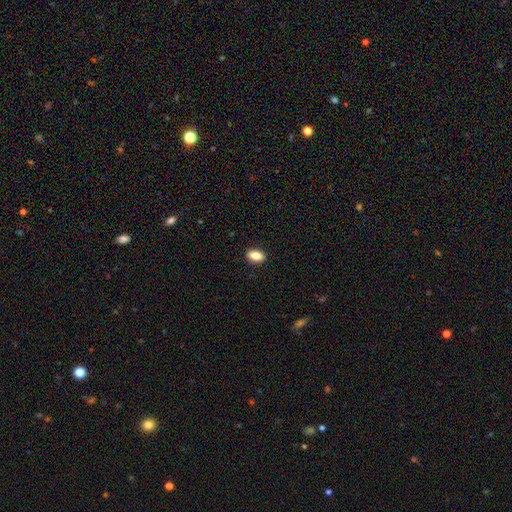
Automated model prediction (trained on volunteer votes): Q: Smooth or featured?
A: smooth (82%); runner-up: featured or disk (10%)
Q: How rounded?
A: in between (86%); runner-up: round (8%)
Q: Merging?
A: none (89%); runner-up: minor disturbance (8%)